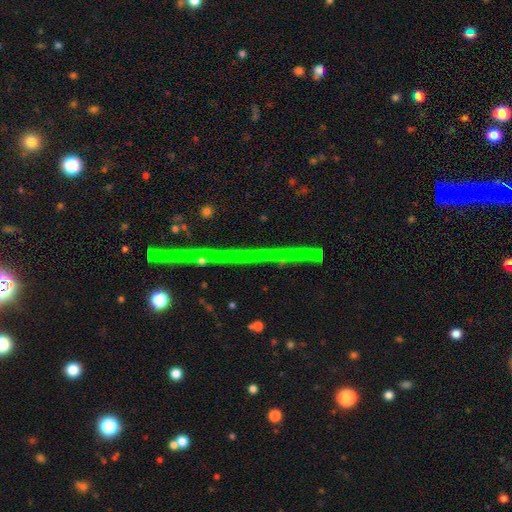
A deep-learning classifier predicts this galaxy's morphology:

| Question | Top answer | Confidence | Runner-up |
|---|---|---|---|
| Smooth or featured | star or artifact | 74% | featured or disk (18%) |